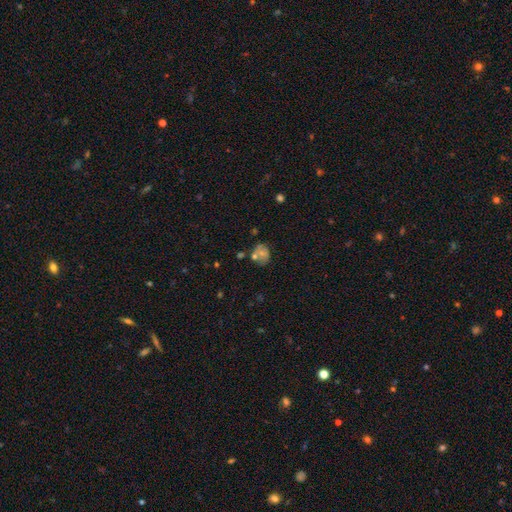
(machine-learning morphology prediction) This is possibly a smooth galaxy (51%). How rounded: possibly round (60%). Merging: possibly none (57%).